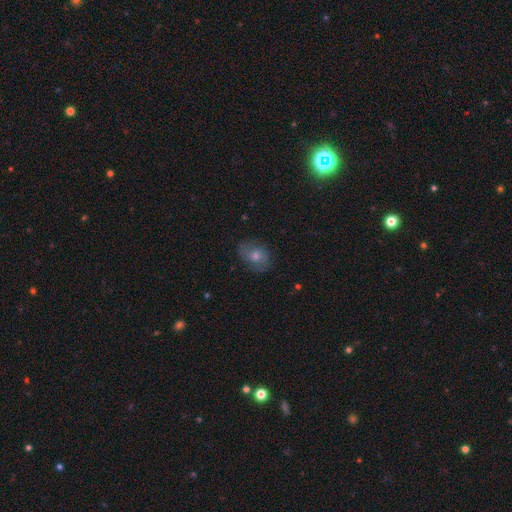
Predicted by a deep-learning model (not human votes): The model was most divided on "smooth or featured": smooth: 47%, featured or disk: 36%, star or artifact: 17%. More confident: merging — none (75%).